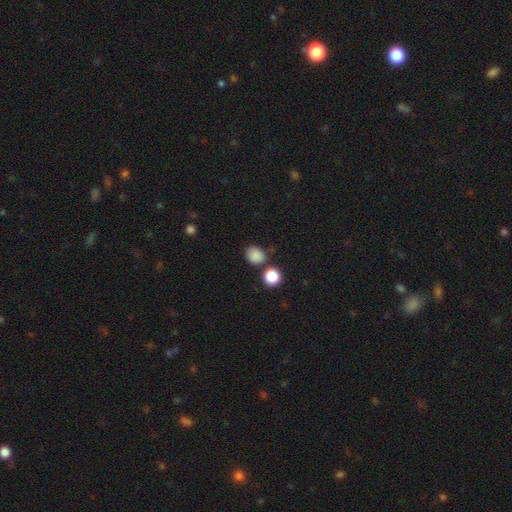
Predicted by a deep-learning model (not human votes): This appears to be a smooth galaxy with no disk features (85%) that is round (63%). Merging: none (70%).